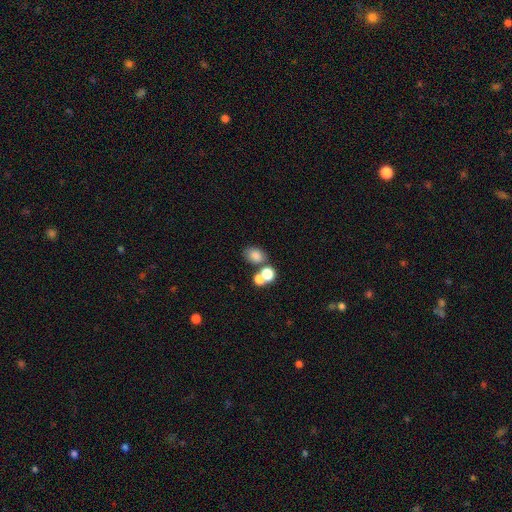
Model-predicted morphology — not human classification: Smooth or featured? Predicted: smooth (p=0.78). How rounded? Predicted: in between (p=0.64). Merging? Predicted: none (p=0.54).